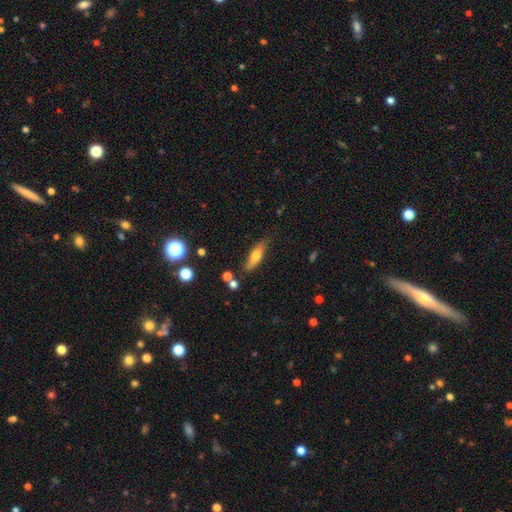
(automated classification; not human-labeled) Morphology: type=smooth (60%); roundness=cigar-shaped (54%); merging=none (77%).